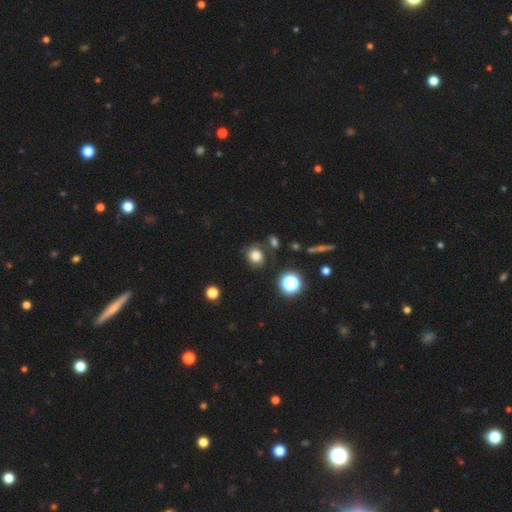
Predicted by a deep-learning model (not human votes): A smooth galaxy with no disk features (79%) that is round (74%).

Vote fractions:
- Smooth or featured? smooth: 79% / star or artifact: 15% / featured or disk: 6%
- How rounded? round: 74% / in between: 25% / cigar-shaped: 1%
- Merging? none: 74% / minor disturbance: 15% / merger: 6% / major disturbance: 5%